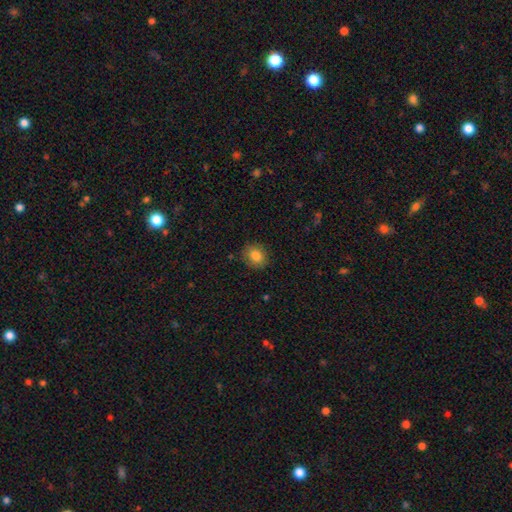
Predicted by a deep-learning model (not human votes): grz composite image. It shows a smooth galaxy with no disk features (82%) that is round (72%). Merging: none (87%).